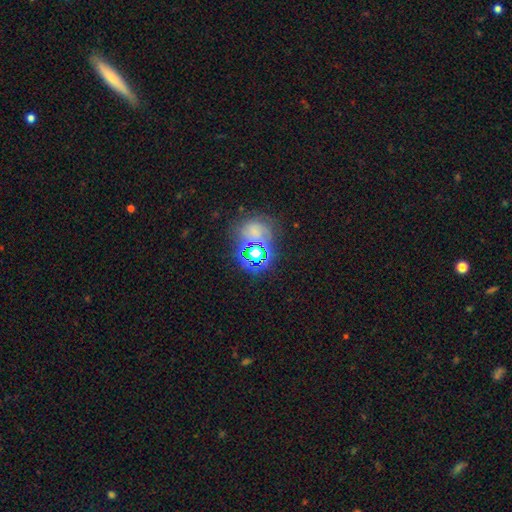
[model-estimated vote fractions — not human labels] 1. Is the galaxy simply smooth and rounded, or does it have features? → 50% star or artifact, 36% smooth, 14% featured or disk.